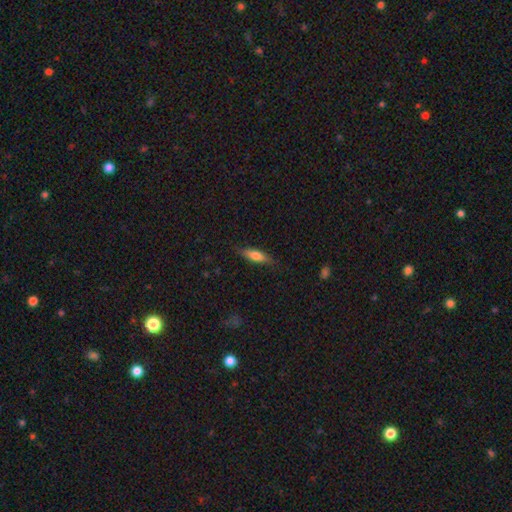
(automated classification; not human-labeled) A smooth galaxy with no disk features (66%) that is cigar-shaped (57%). Merging: none (82%).